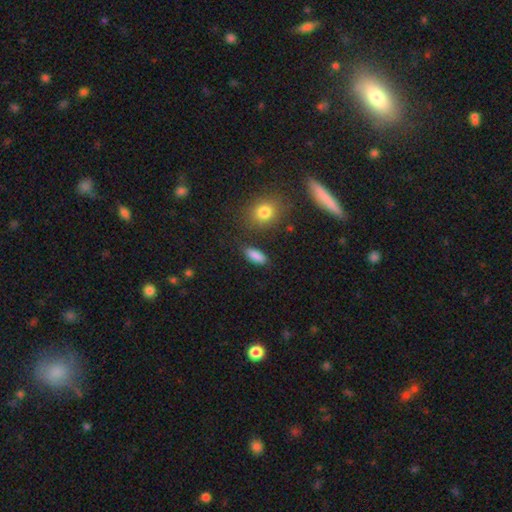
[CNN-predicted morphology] Smooth or featured? smooth (86%)
How rounded? in between (74%)
Merging? none (80%)